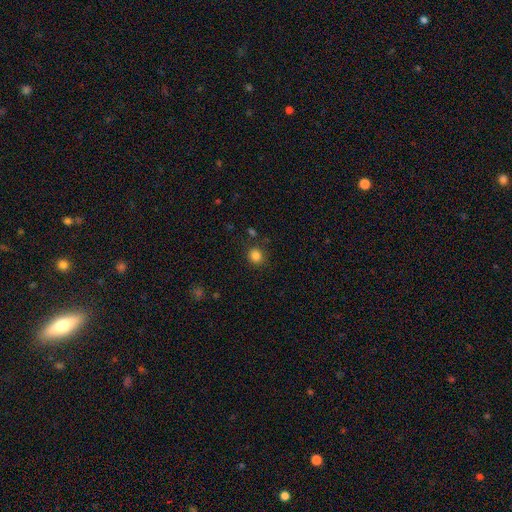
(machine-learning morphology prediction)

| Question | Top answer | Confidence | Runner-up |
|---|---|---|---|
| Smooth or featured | smooth | 83% | star or artifact (12%) |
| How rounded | round | 85% | in between (14%) |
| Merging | none | 85% | minor disturbance (9%) |